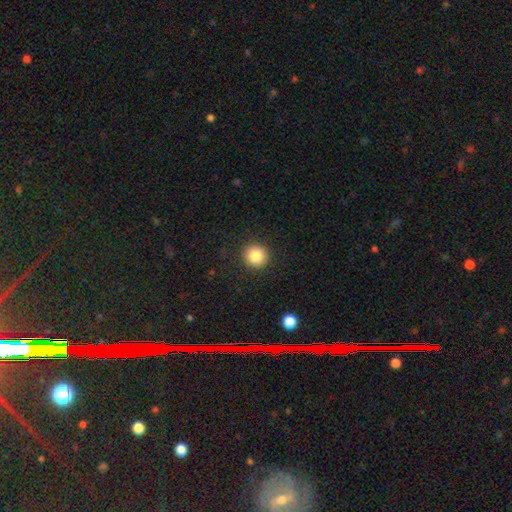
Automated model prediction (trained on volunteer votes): Smooth or featured?
  - smooth: 84% *
  - star or artifact: 10%
  - featured or disk: 6%
How rounded?
  - round: 93% *
  - in between: 6%
  - cigar-shaped: 1%
Merging?
  - none: 91% *
  - minor disturbance: 6%
  - major disturbance: 2%
  - merger: 1%